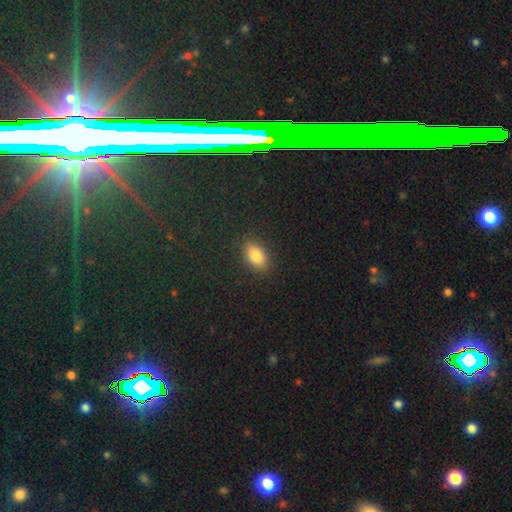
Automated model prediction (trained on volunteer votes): A smooth galaxy with no disk features (83%) that is in between round and cigar-shaped (88%).

Vote fractions:
- Smooth or featured? smooth: 83% / star or artifact: 10% / featured or disk: 7%
- How rounded? in between: 88% / round: 9% / cigar-shaped: 2%
- Merging? none: 87% / minor disturbance: 9% / major disturbance: 3% / merger: 1%